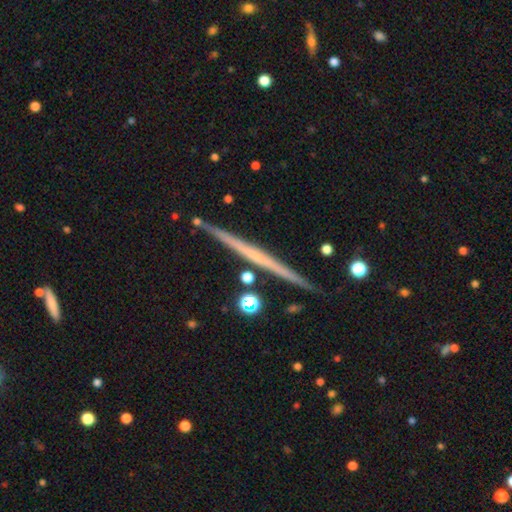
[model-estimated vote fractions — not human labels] The model was most divided on "smooth or featured": featured or disk: 68%, smooth: 26%, star or artifact: 7%. More confident: edge-on disk — yes (98%); merging — none (90%); edge-on bulge — none (82%).